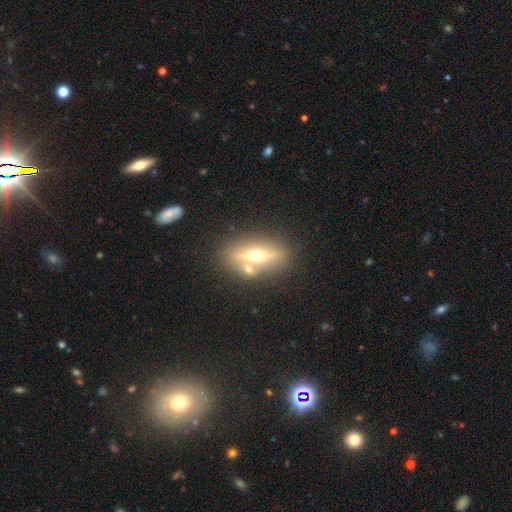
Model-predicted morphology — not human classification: This appears to be a featured or disk galaxy (63%) viewed edge-on (81%) with a rounded central bulge (95%). Merging: none (78%).